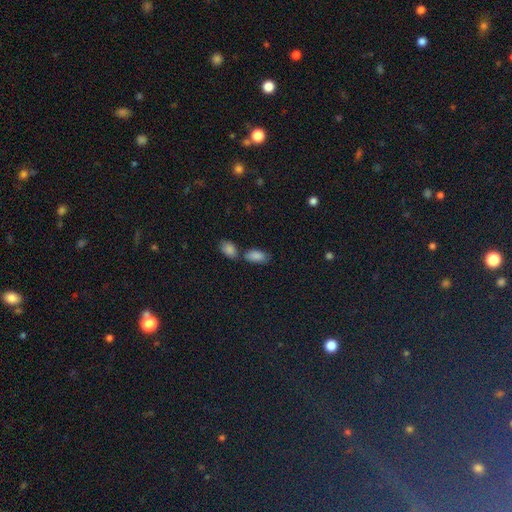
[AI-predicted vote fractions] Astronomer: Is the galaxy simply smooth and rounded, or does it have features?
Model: smooth — 82%.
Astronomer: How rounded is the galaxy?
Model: in between — 92%.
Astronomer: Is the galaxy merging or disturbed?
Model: none — 56%.